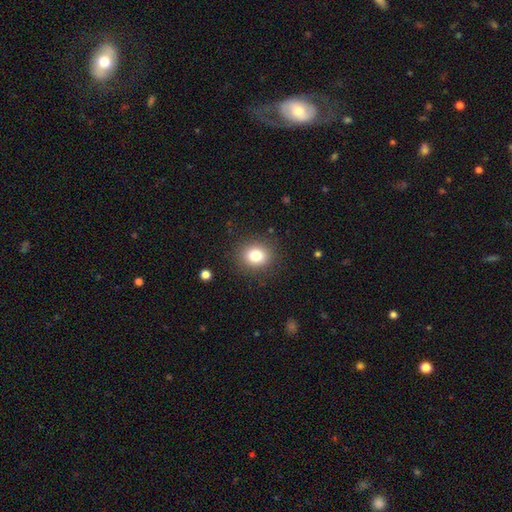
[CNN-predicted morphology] Q: Smooth or featured?
A: smooth (82%); runner-up: star or artifact (11%)
Q: How rounded?
A: round (68%); runner-up: in between (31%)
Q: Merging?
A: none (87%); runner-up: minor disturbance (8%)